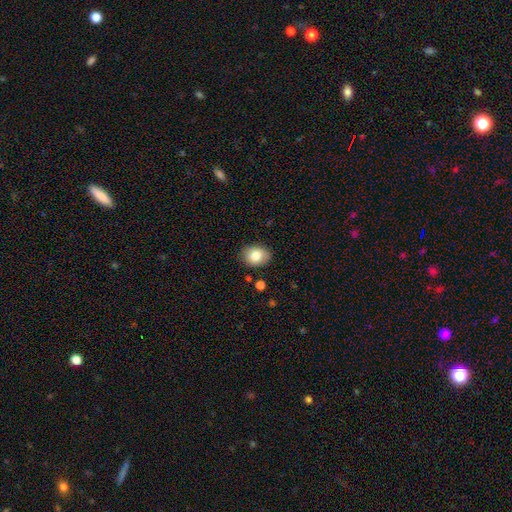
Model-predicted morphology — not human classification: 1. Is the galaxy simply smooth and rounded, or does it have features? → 82% smooth, 10% featured or disk, 8% star or artifact.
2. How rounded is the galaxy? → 62% in between, 37% round, 1% cigar-shaped.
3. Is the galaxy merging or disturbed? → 85% none, 10% minor disturbance, 2% major disturbance, 2% merger.